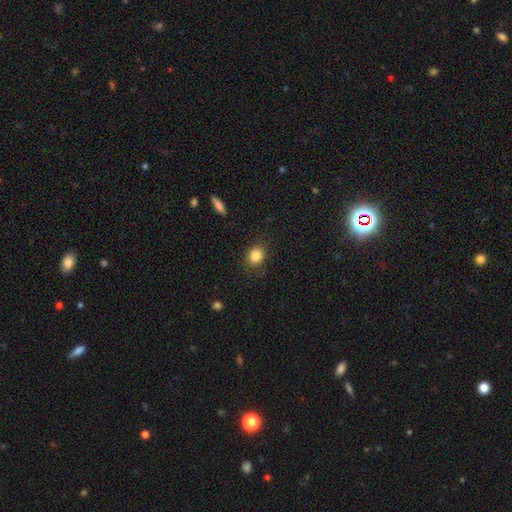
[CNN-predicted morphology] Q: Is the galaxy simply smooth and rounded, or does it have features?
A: smooth — 85%.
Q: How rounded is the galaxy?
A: round — 59%.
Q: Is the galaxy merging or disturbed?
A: none — 82%.